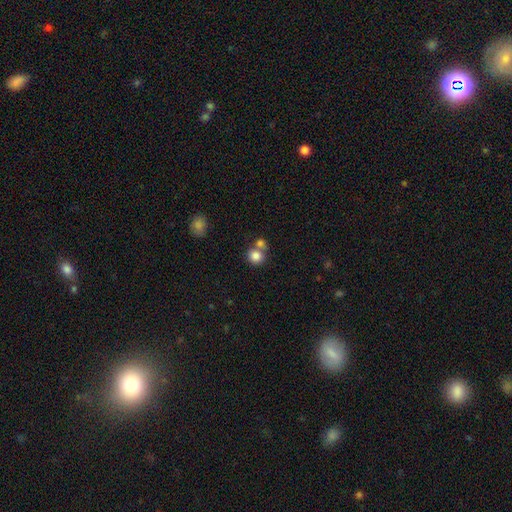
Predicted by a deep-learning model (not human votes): Overall: smooth (82%). How rounded: round (87%). Merging: none (52%; merger 37%).